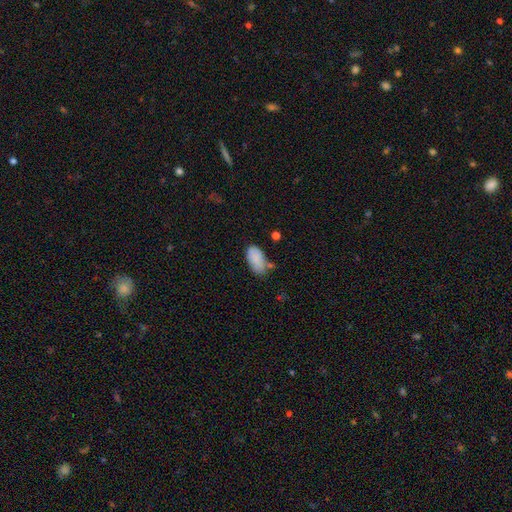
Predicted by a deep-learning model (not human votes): This is clearly a smooth galaxy (86%). How rounded: clearly in between (94%). Merging: possibly none (56%).